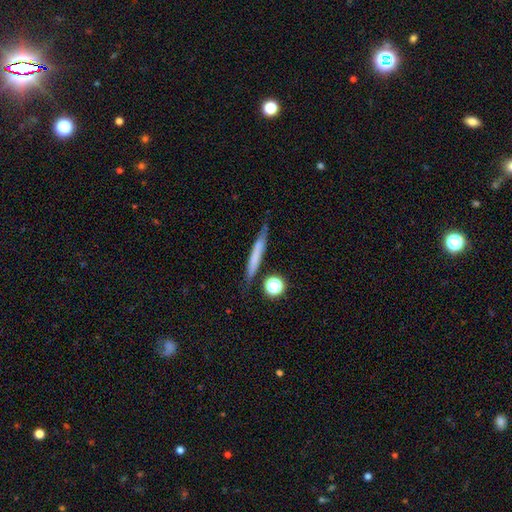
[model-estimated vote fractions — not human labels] smooth-or-featured: smooth: 59% | featured or disk: 33% | star or artifact: 8%
  how-rounded: cigar-shaped: 92% | in between: 5% | round: 3%
  merging: none: 79% | minor disturbance: 13% | merger: 4% | major disturbance: 3%